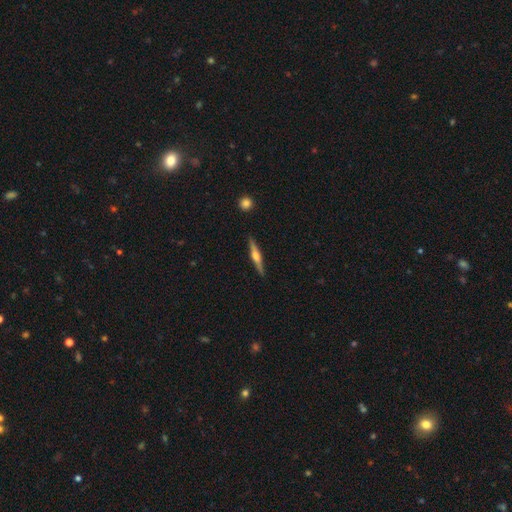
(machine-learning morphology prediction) Smooth or featured? Predicted: featured or disk (p=0.72). Edge-on disk? Predicted: yes (p=0.98). Edge-on bulge? Predicted: rounded (p=0.90). Merging? Predicted: none (p=0.90).